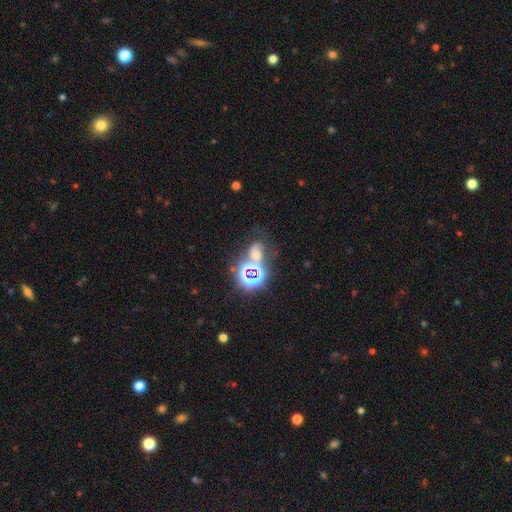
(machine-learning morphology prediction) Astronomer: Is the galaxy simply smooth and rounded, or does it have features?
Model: star or artifact — 47% (runner-up: smooth, 38%).